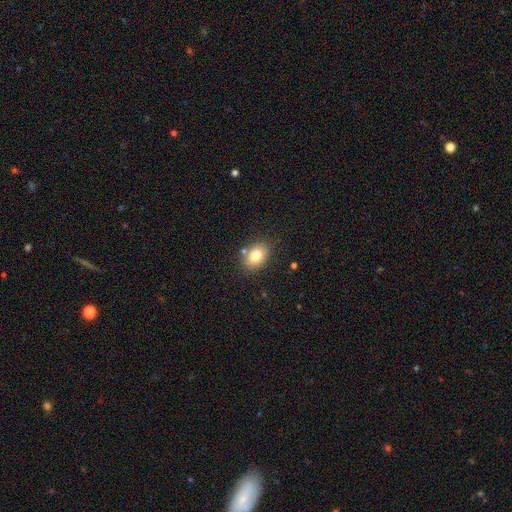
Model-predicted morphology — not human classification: type=smooth (79%); roundness=in between (72%); merging=none (79%).